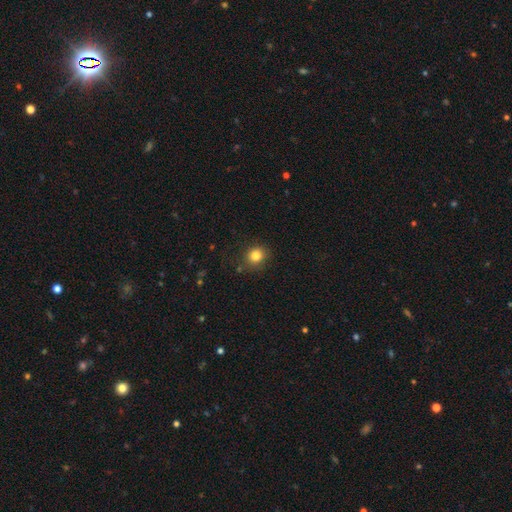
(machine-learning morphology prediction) The model was most divided on "how rounded": round: 81%, in between: 18%, cigar-shaped: 1%. More confident: merging — none (85%); smooth or featured — smooth (83%).